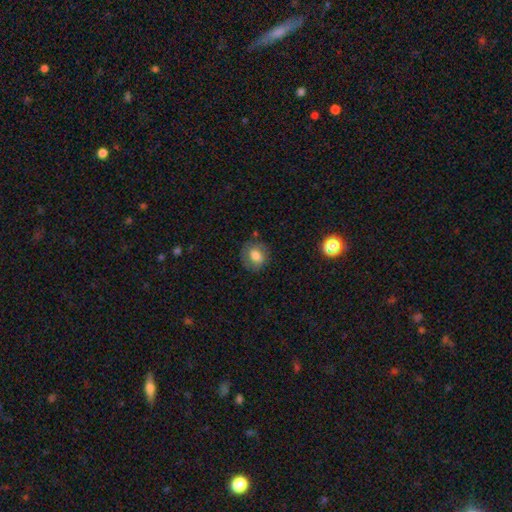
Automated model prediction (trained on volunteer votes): This is likely a smooth galaxy (74%). How rounded: likely round (70%). Merging: likely none (78%).